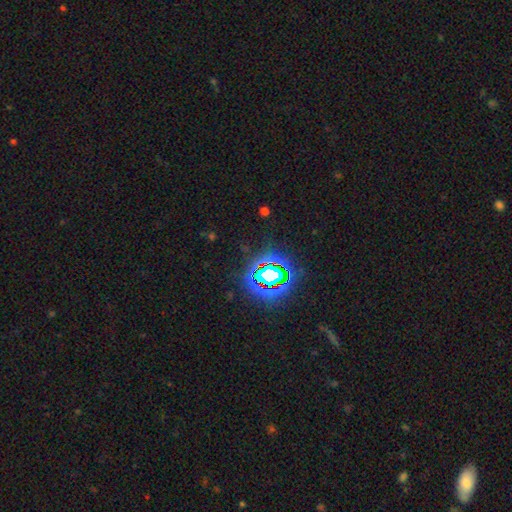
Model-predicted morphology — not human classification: star or artifact 79%, smooth 13%, featured or disk 7%.